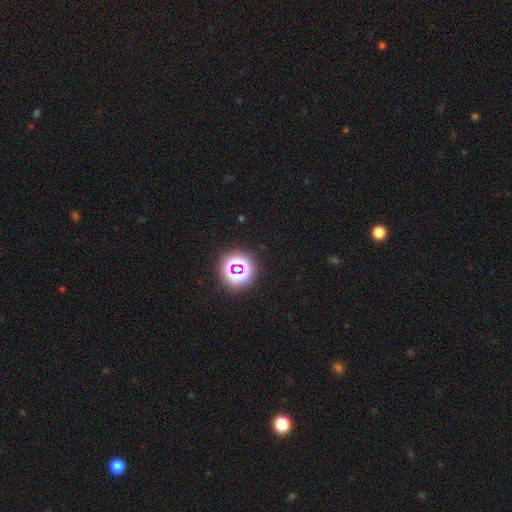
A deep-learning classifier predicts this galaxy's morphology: Smooth or featured: star or artifact — 78% (smooth — 16%)